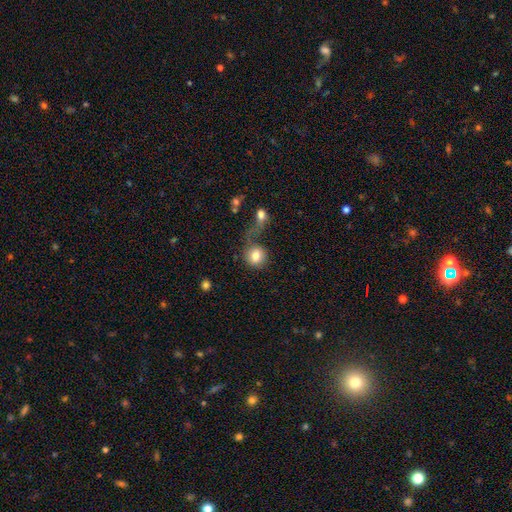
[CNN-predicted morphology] This is clearly a smooth galaxy (82%). How rounded: clearly round (84%). Merging: marginally none (43%).